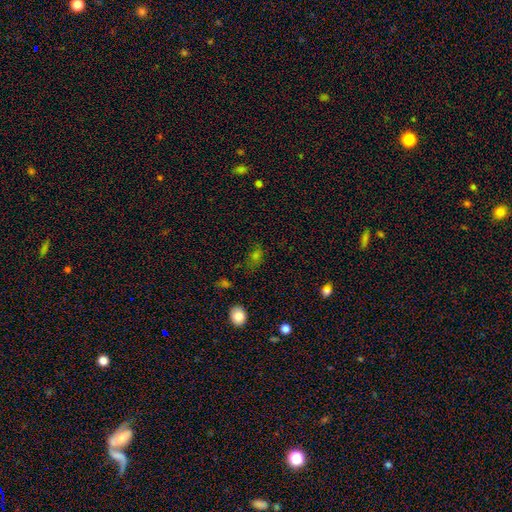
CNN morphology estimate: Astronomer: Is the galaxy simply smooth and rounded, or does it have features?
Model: smooth — 59%.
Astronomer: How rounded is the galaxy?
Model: in between — 63%.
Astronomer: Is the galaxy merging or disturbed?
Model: none — 68%.